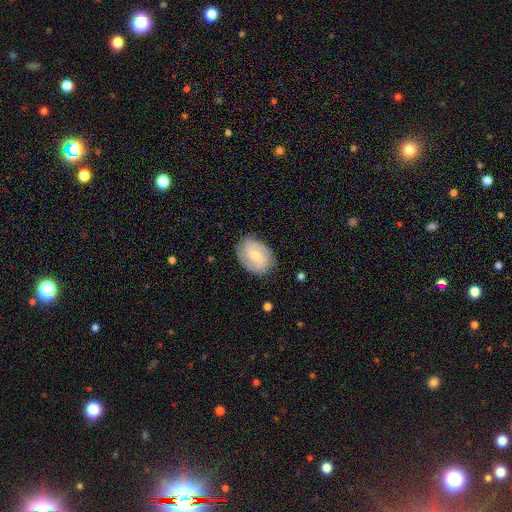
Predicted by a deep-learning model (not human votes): Morphology: type=featured or disk (81%); edge-on=no (97%); bar=weak (55%); spiral arms=yes (96%); winding=medium (45%); arm count=2 (72%); bulge=small (48%); merging=none (80%).